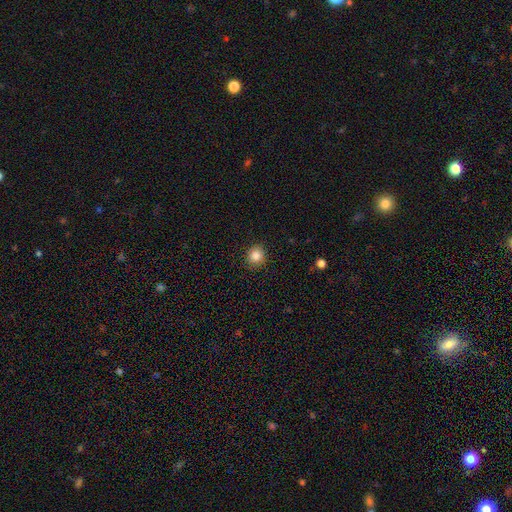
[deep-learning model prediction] Smooth or featured: smooth — 86% (star or artifact — 10%)
How rounded: round — 84% (in between — 16%)
Merging: none — 88% (minor disturbance — 8%)